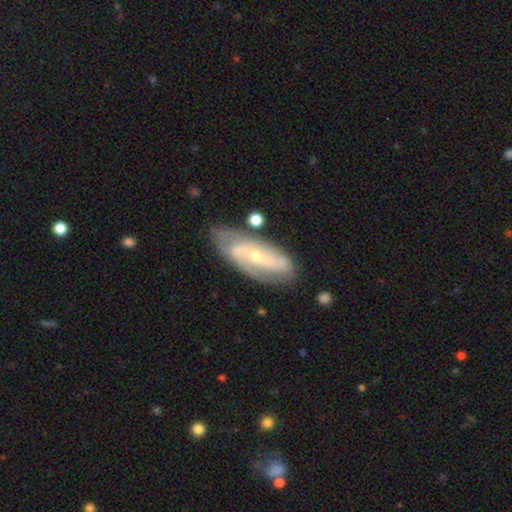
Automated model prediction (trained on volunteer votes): A featured or disk galaxy (80%) with no bar (40%), 2 (75%) medium (45%) spiral arms (93%) and a small central bulge (64%). Merging: none (73%).